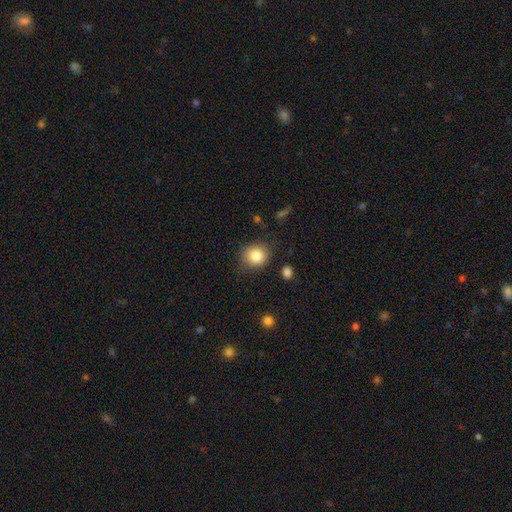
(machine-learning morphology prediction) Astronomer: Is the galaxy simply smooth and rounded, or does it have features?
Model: smooth — 84%.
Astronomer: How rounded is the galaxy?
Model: round — 81%.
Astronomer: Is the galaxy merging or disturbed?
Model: none — 83%.